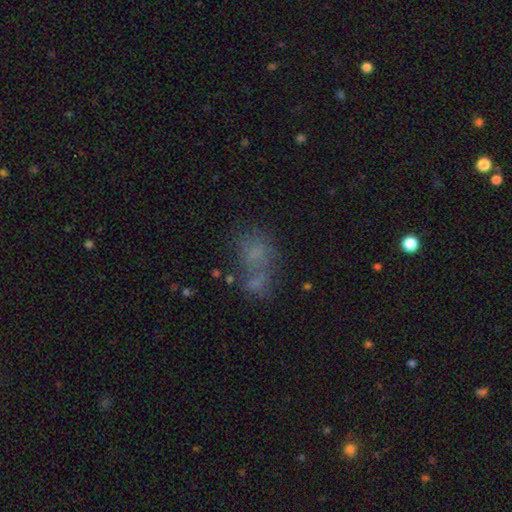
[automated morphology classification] Overall: smooth (56%; featured or disk 22%). How rounded: in between (69%). Merging: merger (37%; none 35%).